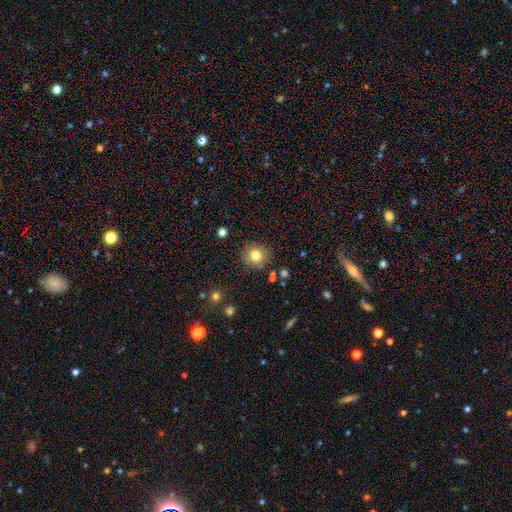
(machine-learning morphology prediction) A smooth galaxy with no disk features (79%) that is round (87%). Merging: none (84%).